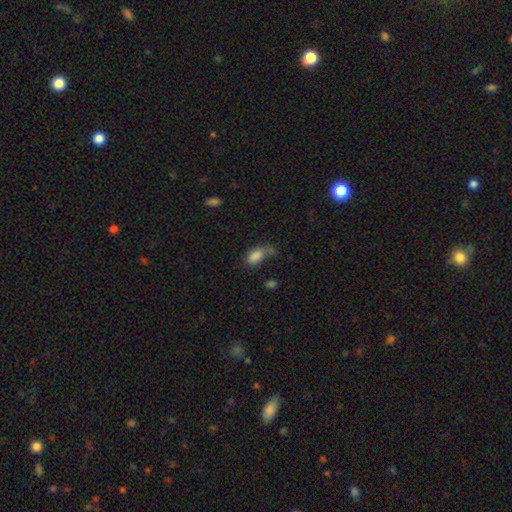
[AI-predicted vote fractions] Overall: smooth (83%). How rounded: in between (90%). Merging: none (39%; minor disturbance 27%).